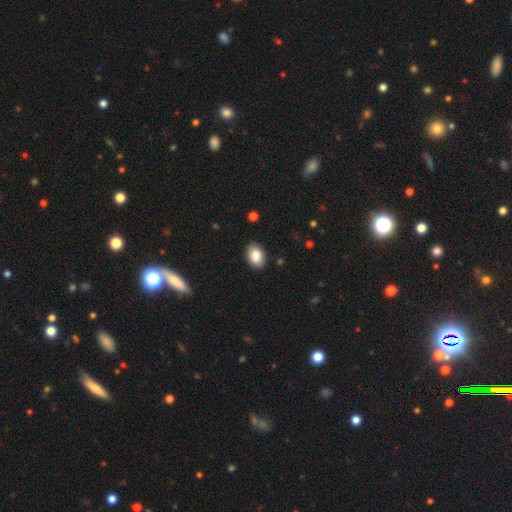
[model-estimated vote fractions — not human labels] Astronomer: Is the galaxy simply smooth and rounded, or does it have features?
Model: smooth — 86%.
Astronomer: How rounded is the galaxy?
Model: in between — 83%.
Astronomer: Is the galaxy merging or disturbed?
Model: none — 89%.